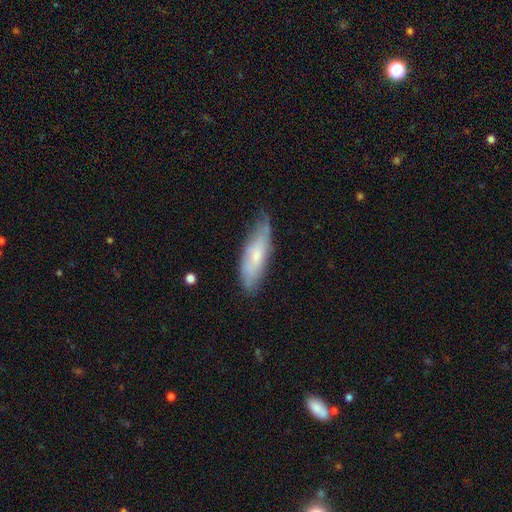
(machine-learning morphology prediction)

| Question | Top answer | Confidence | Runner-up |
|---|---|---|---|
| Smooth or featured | smooth | 54% | featured or disk (39%) |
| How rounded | cigar-shaped | 51% | in between (47%) |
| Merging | none | 66% | minor disturbance (27%) |